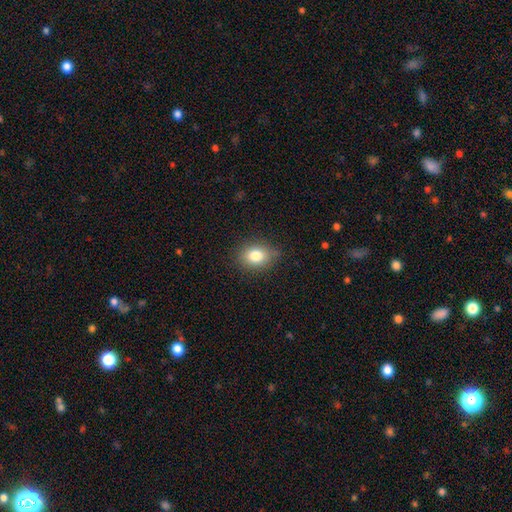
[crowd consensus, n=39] Q: Smooth or featured?
A: smooth (82%); runner-up: featured or disk (10%)
Q: How rounded?
A: in between (69%); runner-up: round (31%)
Q: Merging?
A: none (94%); runner-up: minor disturbance (3%)